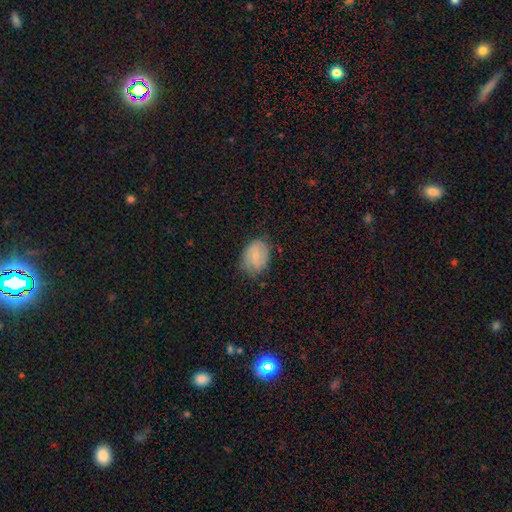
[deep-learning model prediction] The model was most divided on "smooth or featured": smooth: 59%, featured or disk: 33%, star or artifact: 8%. More confident: merging — none (68%); how rounded — in between (66%).